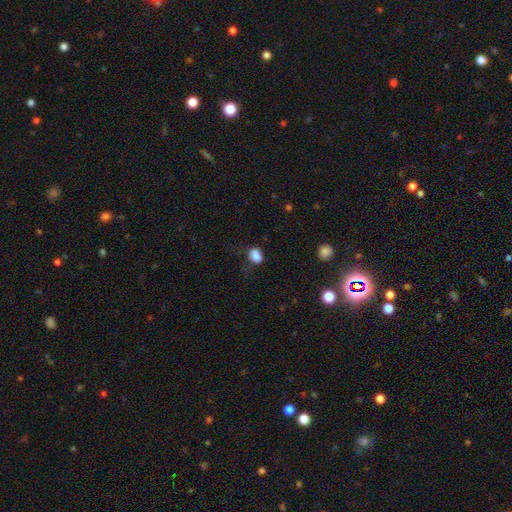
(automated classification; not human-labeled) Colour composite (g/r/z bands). It shows a smooth galaxy with no disk features (85%) that is in between round and cigar-shaped (61%). Merging: none (56%).